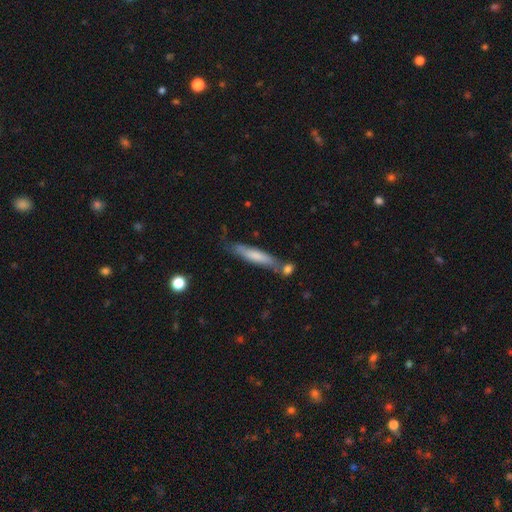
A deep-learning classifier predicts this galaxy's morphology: Smooth or featured? smooth (66%)
How rounded? cigar-shaped (88%)
Merging? none (64%)